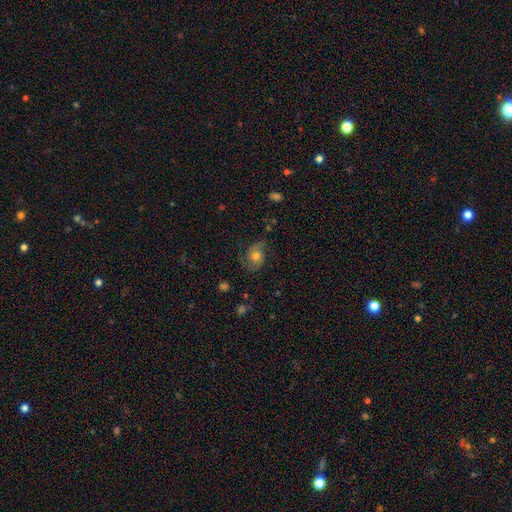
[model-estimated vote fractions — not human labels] Smooth or featured: featured or disk — 59% (smooth — 31%)
Edge-on disk: no — 96% (yes — 4%)
Bar: no — 78% (weak — 19%)
Spiral arms: yes — 87% (no — 13%)
Bulge size: moderate — 70% (small — 18%)
Merging: none — 67% (minor disturbance — 21%)